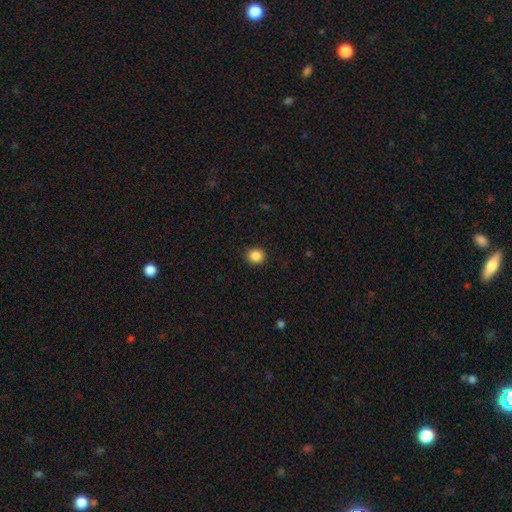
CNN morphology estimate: Smooth or featured? Predicted: smooth (p=0.87). How rounded? Predicted: round (p=0.89). Merging? Predicted: none (p=0.92).